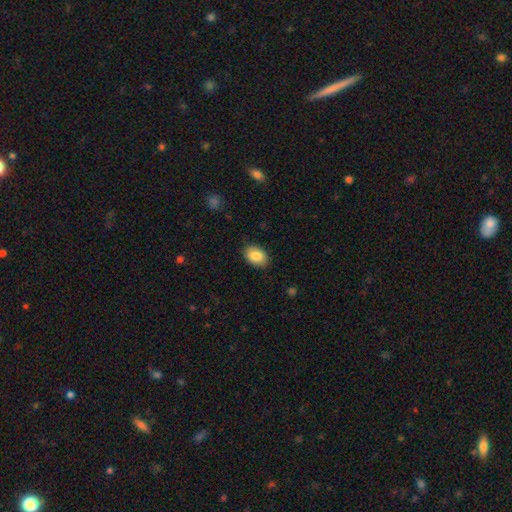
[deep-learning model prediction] Smooth or featured? smooth (86%)
How rounded? in between (88%)
Merging? none (86%)